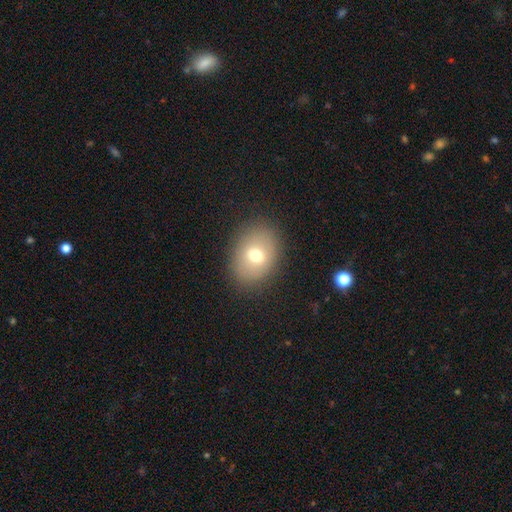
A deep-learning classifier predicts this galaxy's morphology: Smooth or featured?
  - smooth: 68% *
  - featured or disk: 20%
  - star or artifact: 12%
How rounded?
  - in between: 59% *
  - round: 40%
  - cigar-shaped: 1%
Merging?
  - none: 86% *
  - minor disturbance: 9%
  - major disturbance: 4%
  - merger: 1%